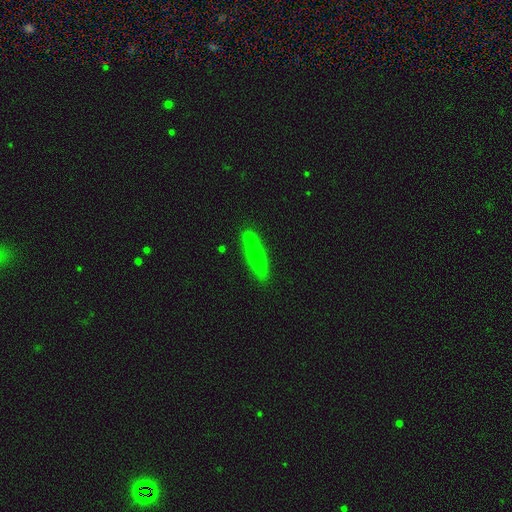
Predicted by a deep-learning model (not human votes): Smooth or featured?
  - smooth: 58% *
  - featured or disk: 30%
  - star or artifact: 11%
How rounded?
  - cigar-shaped: 66% *
  - in between: 29%
  - round: 5%
Merging?
  - none: 54% *
  - merger: 28%
  - minor disturbance: 13%
  - major disturbance: 4%